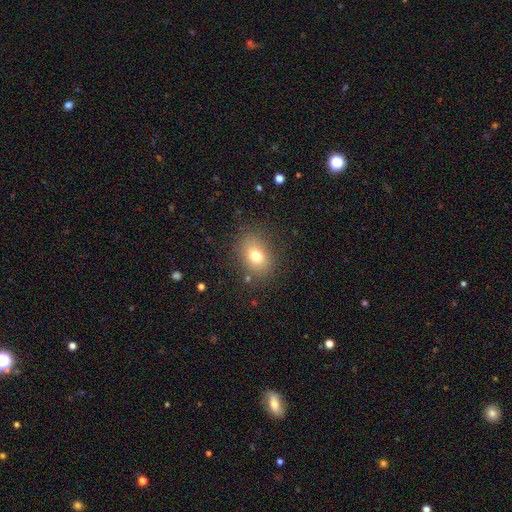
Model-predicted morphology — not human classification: Q: Smooth or featured?
A: smooth (75%); runner-up: featured or disk (13%)
Q: How rounded?
A: in between (61%); runner-up: round (38%)
Q: Merging?
A: none (82%); runner-up: minor disturbance (12%)